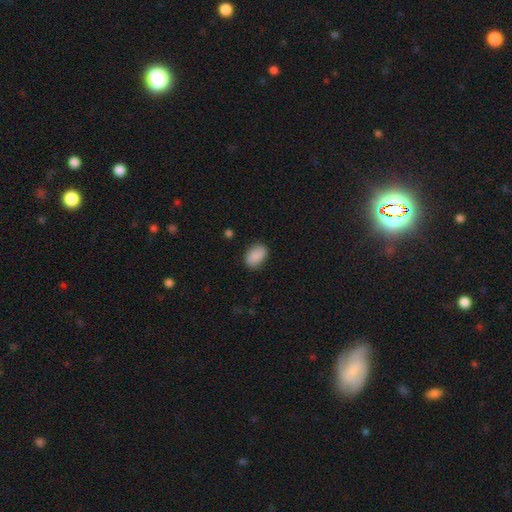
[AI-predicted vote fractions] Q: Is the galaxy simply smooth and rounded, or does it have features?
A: smooth — 87%.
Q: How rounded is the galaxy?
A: in between — 84%.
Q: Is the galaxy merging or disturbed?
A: none — 83%.